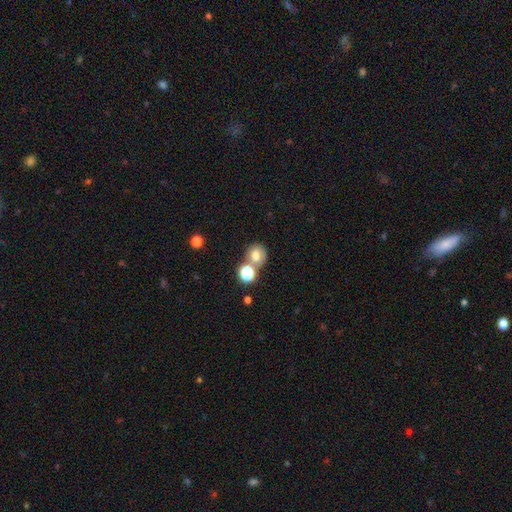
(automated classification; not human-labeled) The model was most divided on "merging": none: 51%, merger: 32%, minor disturbance: 12%, major disturbance: 6%. More confident: how rounded — round (68%); smooth or featured — smooth (67%).